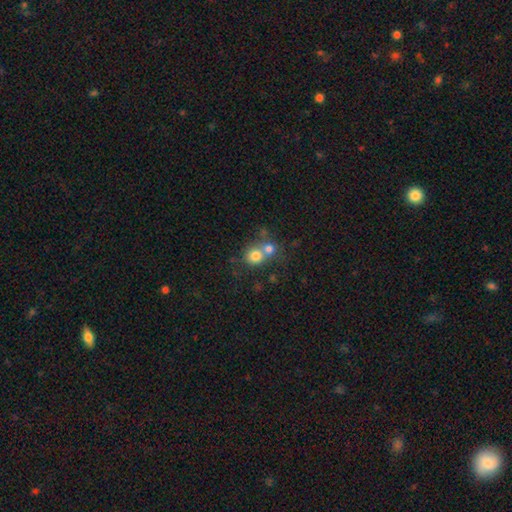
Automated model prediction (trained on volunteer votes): Overall: smooth (75%). How rounded: round (82%). Merging: merger (53%; none 38%).